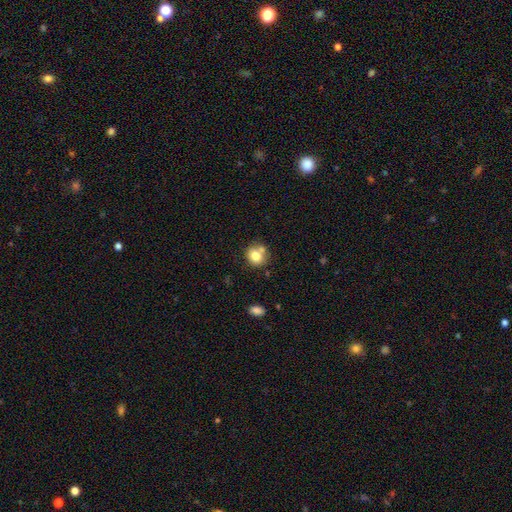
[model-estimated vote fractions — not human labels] Morphology: type=smooth (77%); roundness=round (77%); merging=none (59%).